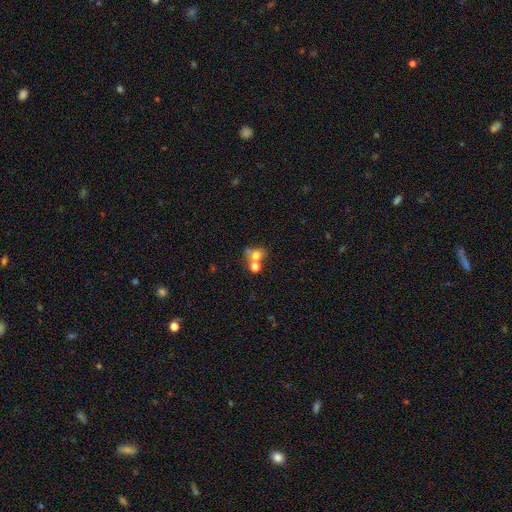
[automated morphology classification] type=smooth (66%); roundness=round (60%); merging=merger (51%).